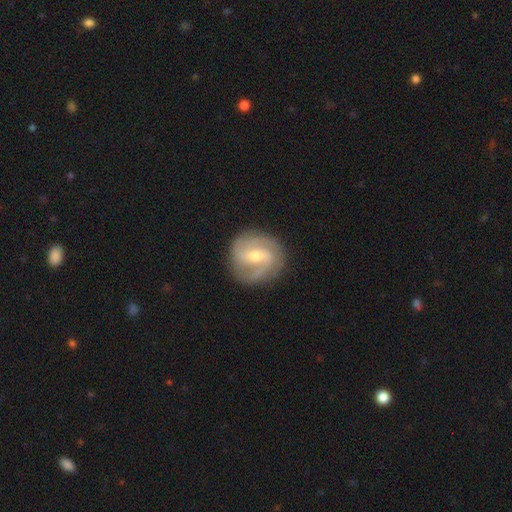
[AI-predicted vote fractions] Q: Smooth or featured?
A: featured or disk (82%); runner-up: smooth (13%)
Q: Edge-on disk?
A: no (98%); runner-up: yes (2%)
Q: Bar?
A: weak (53%); runner-up: no (24%)
Q: Spiral arms?
A: yes (95%); runner-up: no (5%)
Q: Spiral winding?
A: medium (46%); runner-up: tight (38%)
Q: Spiral arm count?
A: 2 (50%); runner-up: 3 (27%)
Q: Bulge size?
A: moderate (53%); runner-up: small (42%)
Q: Merging?
A: none (82%); runner-up: minor disturbance (12%)